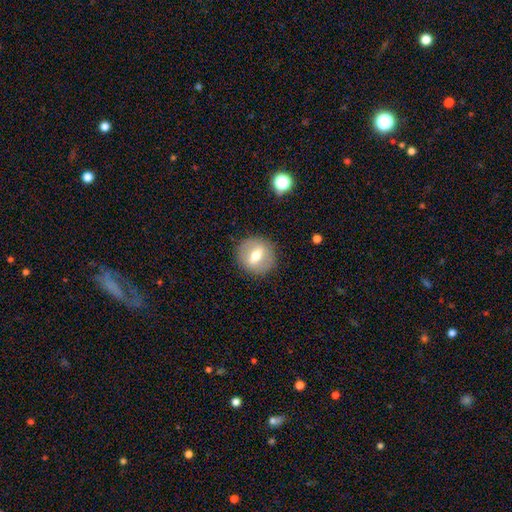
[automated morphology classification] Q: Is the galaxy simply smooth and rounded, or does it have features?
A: smooth — 50%.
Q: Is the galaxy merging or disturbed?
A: none — 87%.